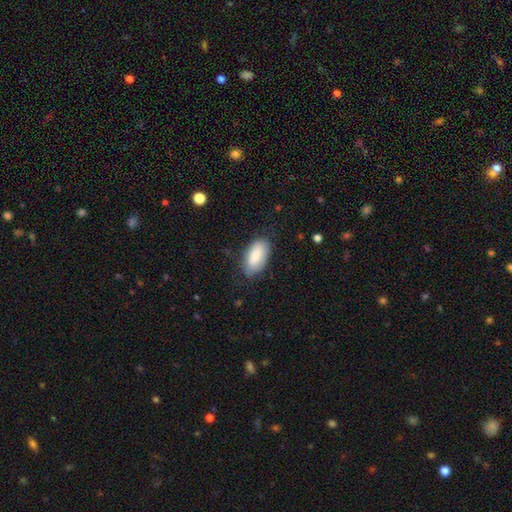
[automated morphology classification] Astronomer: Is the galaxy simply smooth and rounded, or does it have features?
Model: smooth — 83%.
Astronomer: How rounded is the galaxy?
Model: in between — 93%.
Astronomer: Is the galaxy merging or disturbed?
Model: none — 75%.